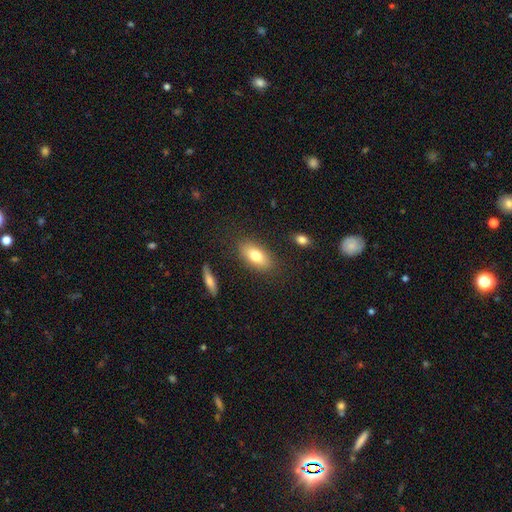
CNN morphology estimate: Smooth or featured? smooth (77%)
How rounded? in between (87%)
Merging? none (83%)